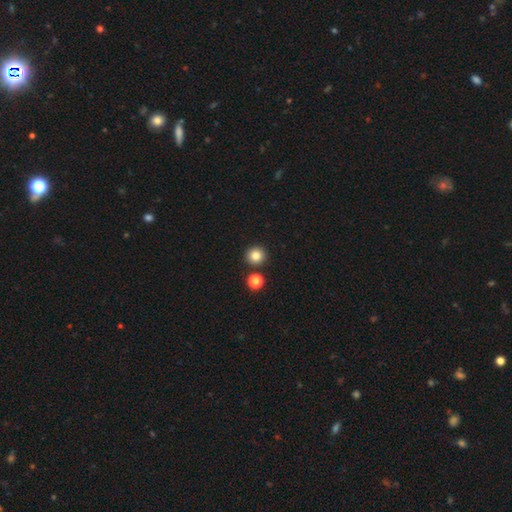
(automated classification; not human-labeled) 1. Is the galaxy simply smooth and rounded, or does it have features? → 83% smooth, 12% star or artifact, 5% featured or disk.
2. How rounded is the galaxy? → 94% round, 5% in between, 1% cigar-shaped.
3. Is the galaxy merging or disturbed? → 88% none, 5% merger, 5% minor disturbance, 2% major disturbance.